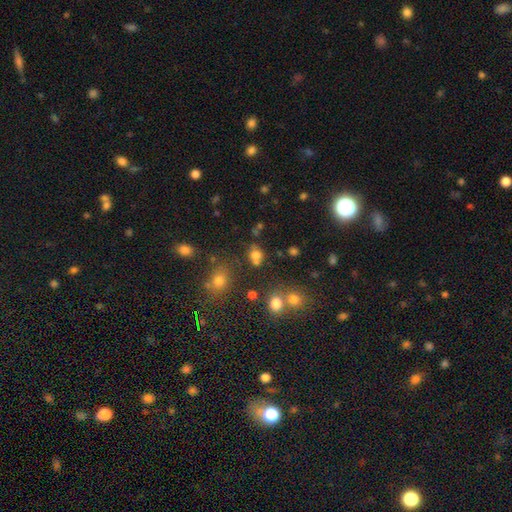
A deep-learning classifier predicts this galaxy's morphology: smooth-or-featured: smooth: 71% | star or artifact: 19% | featured or disk: 10%
  how-rounded: round: 64% | in between: 34% | cigar-shaped: 1%
  merging: none: 54% | merger: 26% | minor disturbance: 14% | major disturbance: 6%